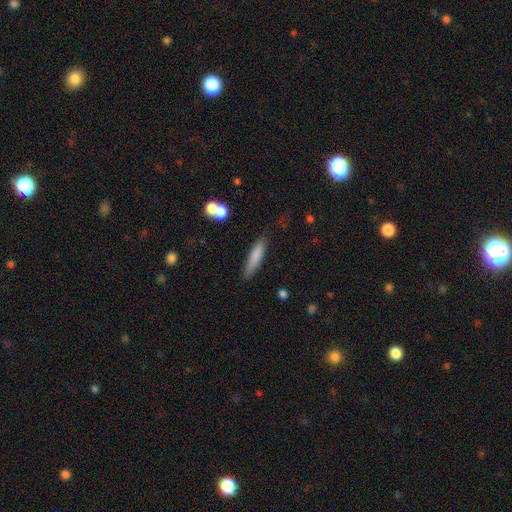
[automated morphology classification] Smooth or featured? Predicted: smooth (p=0.78). How rounded? Predicted: cigar-shaped (p=0.85). Merging? Predicted: none (p=0.80).